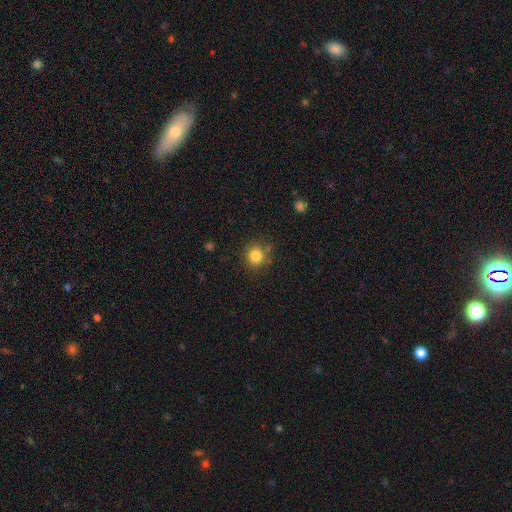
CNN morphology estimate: Smooth or featured: smooth — 83% (star or artifact — 12%)
How rounded: round — 88% (in between — 11%)
Merging: none — 78% (minor disturbance — 13%)